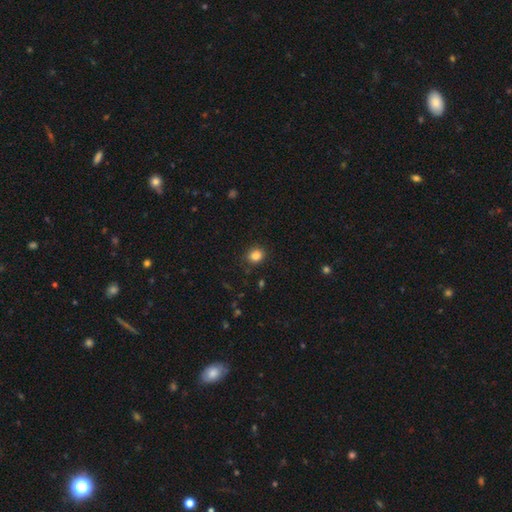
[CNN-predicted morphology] Overall: smooth (85%). How rounded: round (71%). Merging: none (87%).